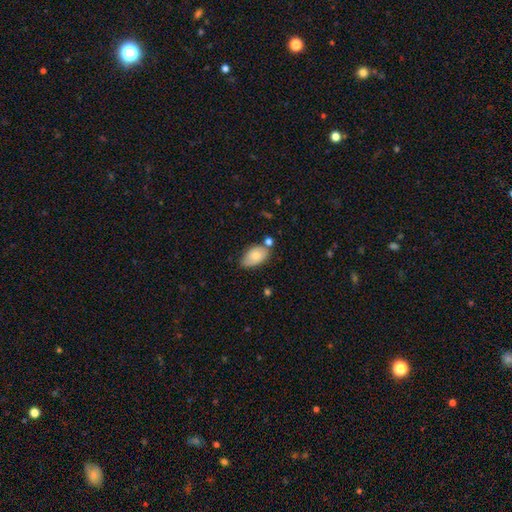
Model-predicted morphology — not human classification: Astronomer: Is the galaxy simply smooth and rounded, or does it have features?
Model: smooth — 73%.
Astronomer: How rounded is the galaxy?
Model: in between — 93%.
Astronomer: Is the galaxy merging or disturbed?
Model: none — 61%.